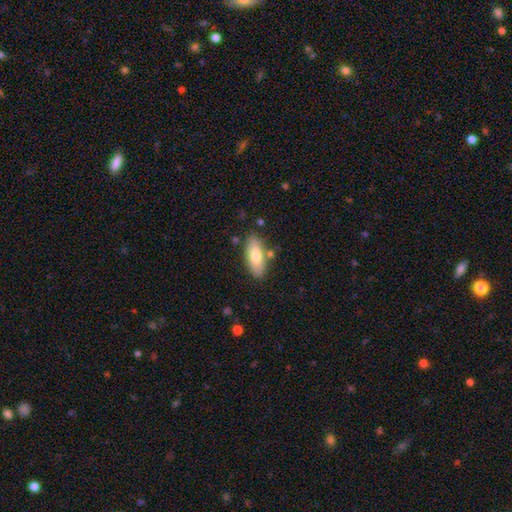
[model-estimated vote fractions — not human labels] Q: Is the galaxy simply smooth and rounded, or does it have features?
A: smooth — 75%.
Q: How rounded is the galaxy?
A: in between — 79%.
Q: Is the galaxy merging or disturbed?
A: none — 80%.